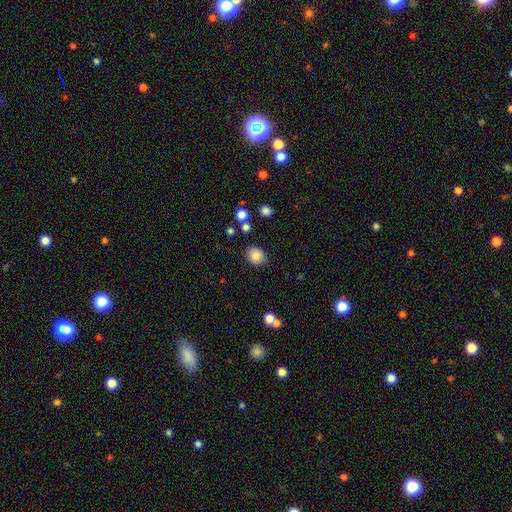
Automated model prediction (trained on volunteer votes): Smooth or featured: smooth — 85% (star or artifact — 10%)
How rounded: round — 69% (in between — 30%)
Merging: none — 82% (minor disturbance — 11%)